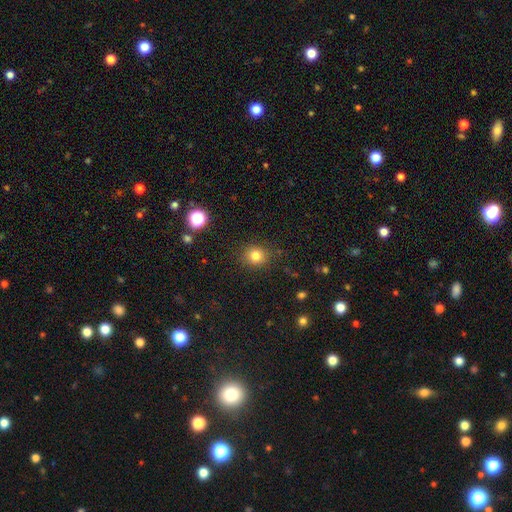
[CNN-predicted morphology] A smooth galaxy with no disk features (81%) that is round (82%).

Vote fractions:
- Smooth or featured? smooth: 81% / star or artifact: 13% / featured or disk: 6%
- How rounded? round: 82% / in between: 17% / cigar-shaped: 1%
- Merging? none: 87% / minor disturbance: 9% / major disturbance: 3% / merger: 1%